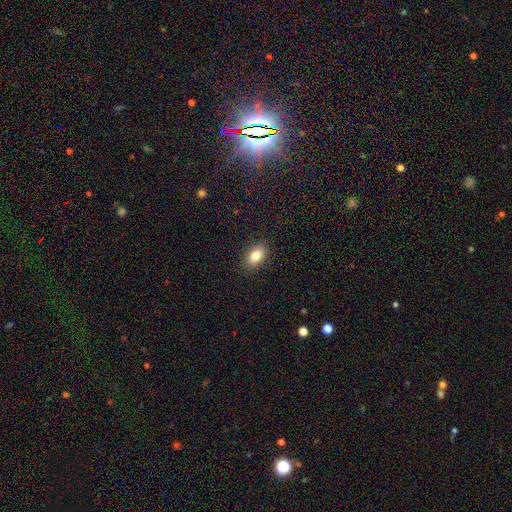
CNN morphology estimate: The model was most divided on "smooth or featured": smooth: 82%, featured or disk: 9%, star or artifact: 9%. More confident: merging — none (89%); how rounded — in between (88%).